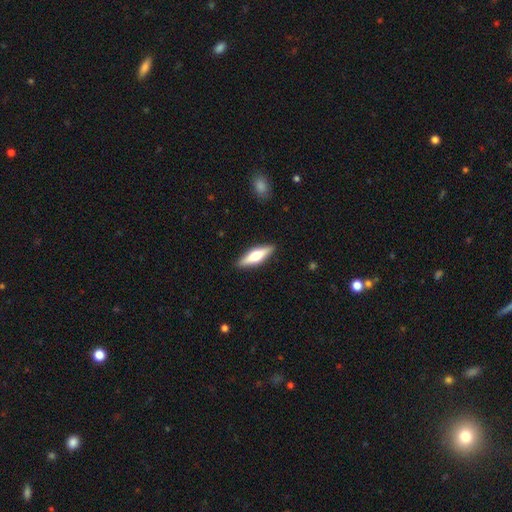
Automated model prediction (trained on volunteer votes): smooth-or-featured: featured or disk: 48% | smooth: 47% | star or artifact: 5%
  merging: none: 90% | minor disturbance: 8% | major disturbance: 2% | merger: 1%